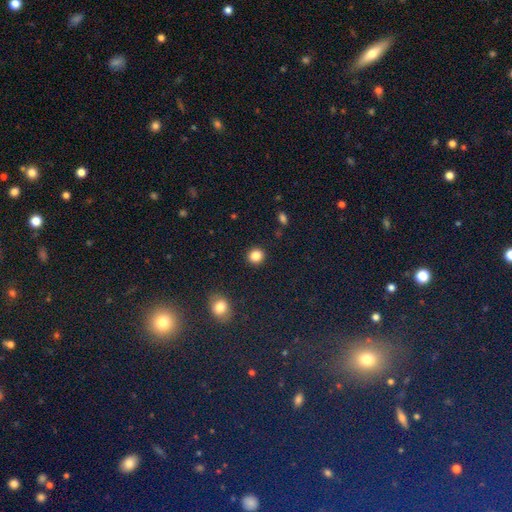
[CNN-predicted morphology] smooth_or_featured: smooth (p=0.85) [alt: star or artifact p=0.11]
how_rounded: round (p=0.84) [alt: in between p=0.15]
merging: none (p=0.91) [alt: minor disturbance p=0.06]